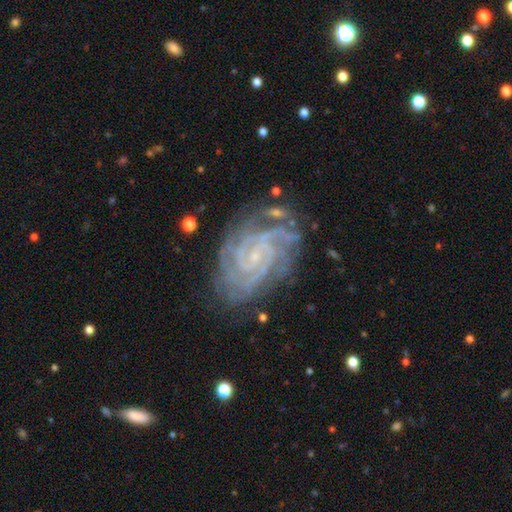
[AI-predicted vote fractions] smooth-or-featured: featured or disk: 91% | star or artifact: 6% | smooth: 4%
  disk-edge-on: no: 98% | yes: 2%
    bar: no: 59% | weak: 30% | strong: 11%
    has-spiral-arms: yes: 99% | no: 1%
      spiral-winding: tight: 79% | medium: 18% | loose: 3%
      spiral-arm-count: 4: 28% | 3: 21% | 2: 15% | can't tell: 15% | more than 4: 13% | 1: 8%
    bulge-size: small: 84% | moderate: 8% | none: 6% | large: 1% | dominant: 1%
  merging: none: 75% | minor disturbance: 17% | major disturbance: 6% | merger: 2%